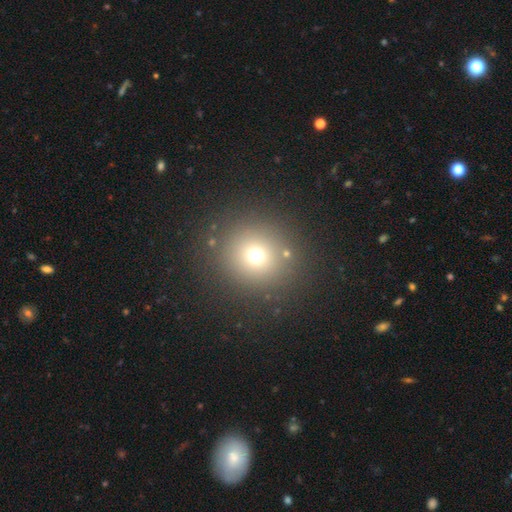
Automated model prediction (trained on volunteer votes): The model was most divided on "smooth or featured": smooth: 68%, star or artifact: 22%, featured or disk: 11%. More confident: how rounded — round (92%); merging — none (85%).